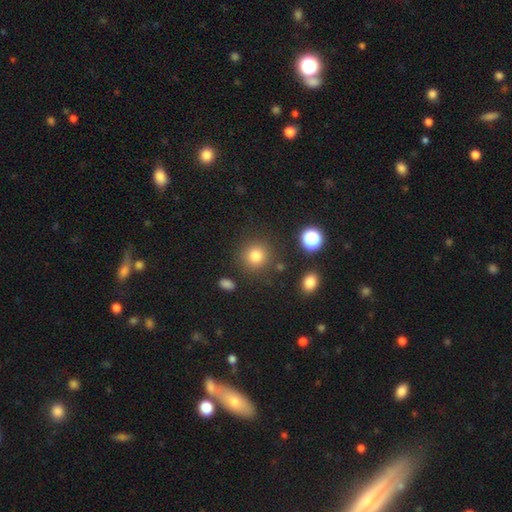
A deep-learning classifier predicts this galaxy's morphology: A smooth galaxy with no disk features (80%) that is round (91%). Merging: none (84%).